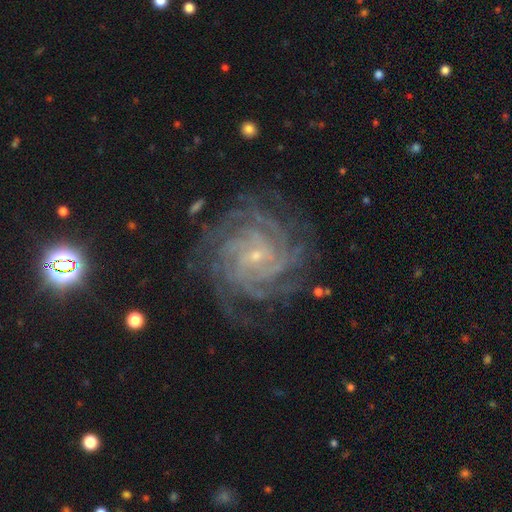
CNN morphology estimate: featured or disk 91%, star or artifact 5%, smooth 4%. Down the decision tree: edge-on disk — no (98%); bar — no (55%); spiral arms — yes (98%); spiral arm count — more than 4 (29%); spiral winding — tight (76%); bulge size — small (86%); merging — none (79%).